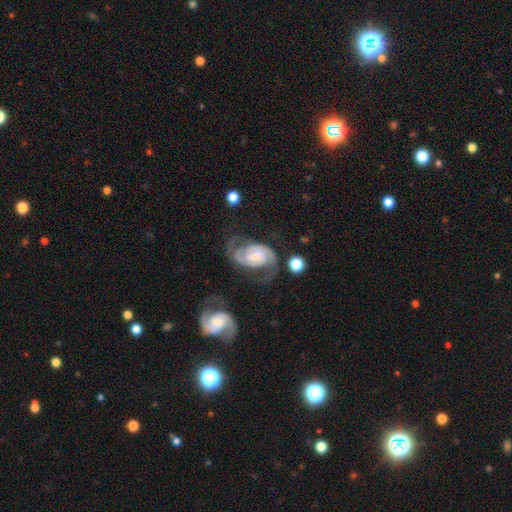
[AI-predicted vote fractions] Smooth or featured: featured or disk — 88% (smooth — 7%)
Edge-on disk: no — 98% (yes — 2%)
Bar: weak — 49% (no — 36%)
Spiral arms: yes — 97% (no — 3%)
Spiral winding: medium — 50% (tight — 36%)
Spiral arm count: 2 — 90% (can't tell — 4%)
Bulge size: small — 42% (moderate — 30%)
Merging: none — 60% (minor disturbance — 20%)